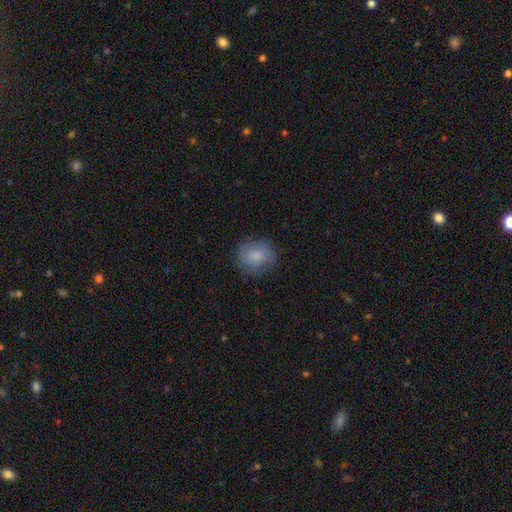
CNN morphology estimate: This is likely a smooth galaxy (72%). How rounded: likely round (76%). Merging: likely none (75%).